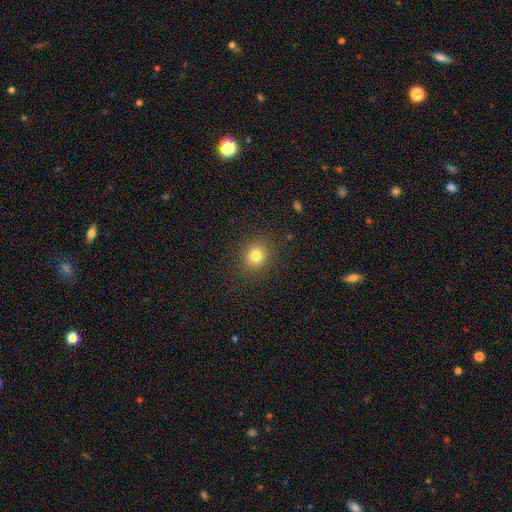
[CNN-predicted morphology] This is likely a smooth galaxy (80%). How rounded: clearly round (85%). Merging: clearly none (89%).